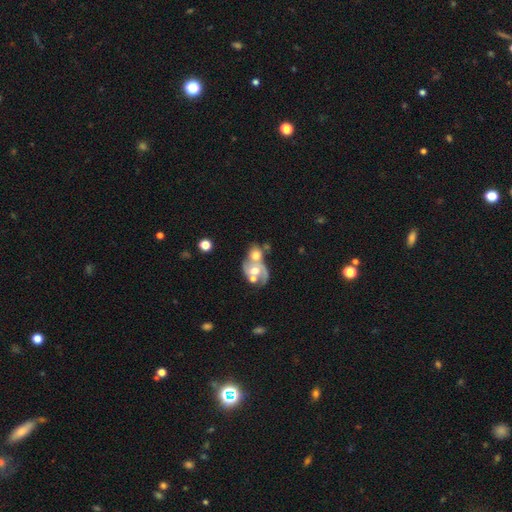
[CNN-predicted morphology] featured or disk 55%, smooth 36%, star or artifact 9%. Down the decision tree: edge-on disk — no (96%); bar — no (70%); spiral arms — yes (60%); bulge size — moderate (62%); merging — merger (69%).